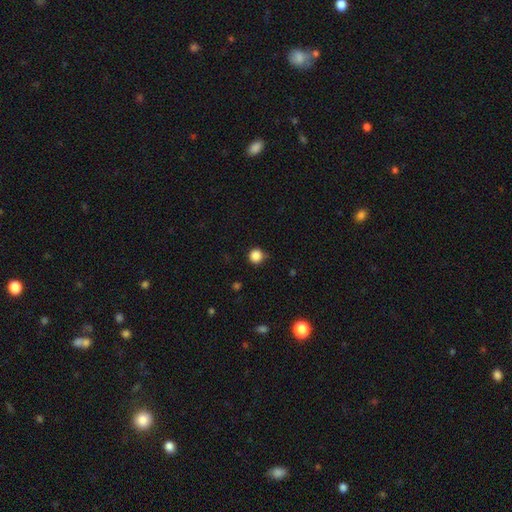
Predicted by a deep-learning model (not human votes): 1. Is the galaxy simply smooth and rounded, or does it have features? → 86% smooth, 11% star or artifact, 3% featured or disk.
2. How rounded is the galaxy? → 95% round, 5% in between, 1% cigar-shaped.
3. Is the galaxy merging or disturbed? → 83% none, 13% minor disturbance, 3% major disturbance, 2% merger.